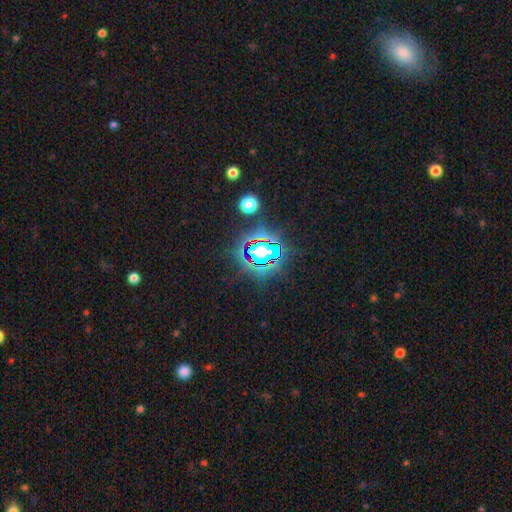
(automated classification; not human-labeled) Morphology: type=star or artifact (78%).